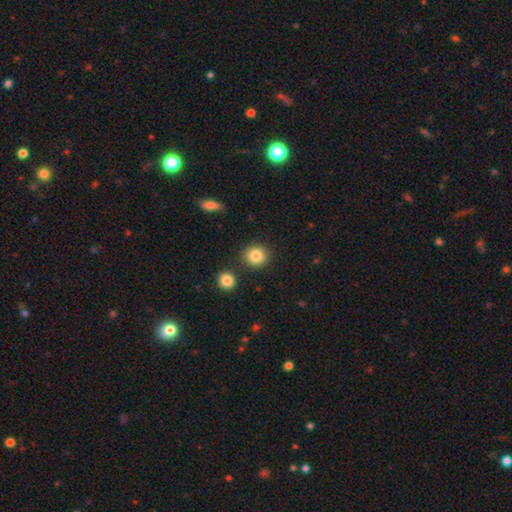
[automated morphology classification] Smooth or featured? Predicted: smooth (p=0.86). How rounded? Predicted: round (p=0.88). Merging? Predicted: none (p=0.86).